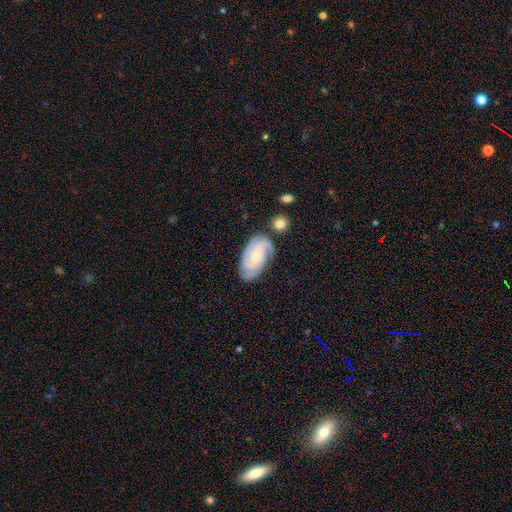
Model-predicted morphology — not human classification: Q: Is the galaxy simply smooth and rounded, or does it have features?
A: featured or disk — 80%.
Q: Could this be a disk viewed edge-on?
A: no — 96%.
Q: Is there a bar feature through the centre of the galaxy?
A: no — 66%.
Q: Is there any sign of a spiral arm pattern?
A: yes — 97%.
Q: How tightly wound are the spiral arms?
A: tight — 64%.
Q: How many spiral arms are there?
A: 3 — 40%.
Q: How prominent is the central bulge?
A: small — 64%.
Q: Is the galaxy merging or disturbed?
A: none — 74%.